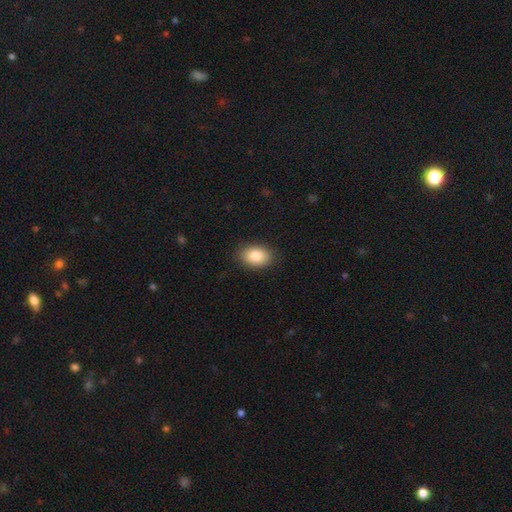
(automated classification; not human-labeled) Morphology: type=smooth (85%); roundness=in between (84%); merging=none (88%).